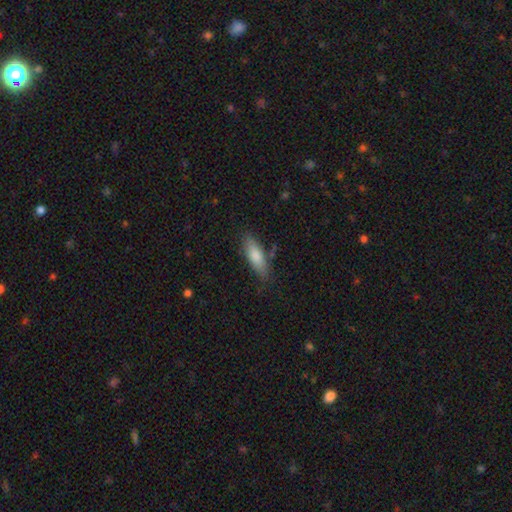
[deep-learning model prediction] Q: Smooth or featured?
A: smooth (82%); runner-up: featured or disk (13%)
Q: How rounded?
A: in between (63%); runner-up: cigar-shaped (35%)
Q: Merging?
A: none (77%); runner-up: minor disturbance (17%)